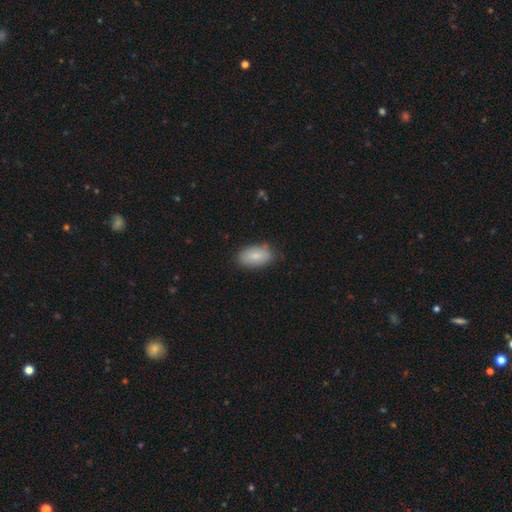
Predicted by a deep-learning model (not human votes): The model was most divided on "merging": none: 80%, minor disturbance: 16%, major disturbance: 3%, merger: 1%. More confident: how rounded — in between (93%); smooth or featured — smooth (84%).